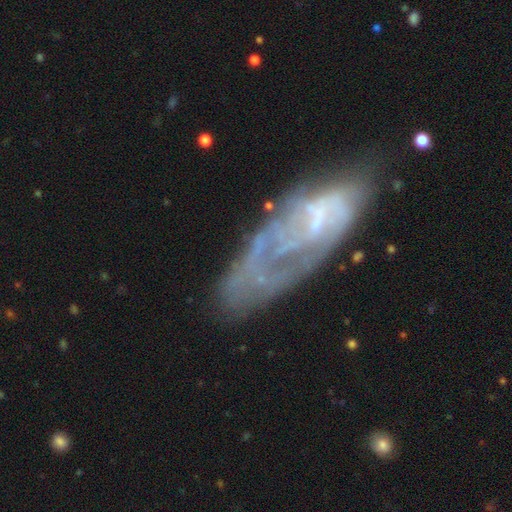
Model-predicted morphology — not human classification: type=featured or disk (68%); edge-on=no (88%); bar=no (60%); spiral arms=yes (57%); bulge=none (46%); merging=none (44%).